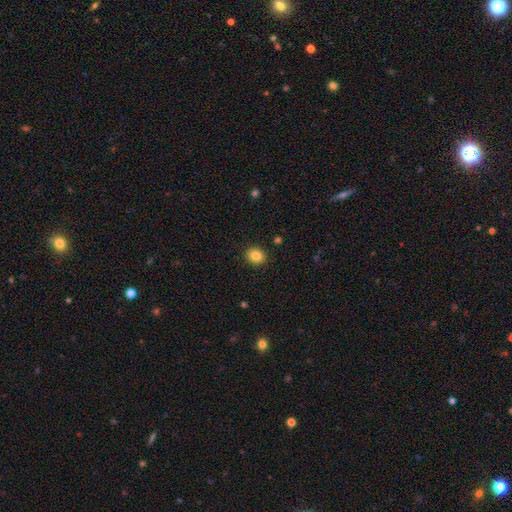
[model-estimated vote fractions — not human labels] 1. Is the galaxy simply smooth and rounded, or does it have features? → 85% smooth, 10% star or artifact, 5% featured or disk.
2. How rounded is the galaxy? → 70% round, 29% in between, 1% cigar-shaped.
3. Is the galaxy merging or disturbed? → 91% none, 6% minor disturbance, 2% major disturbance, 1% merger.